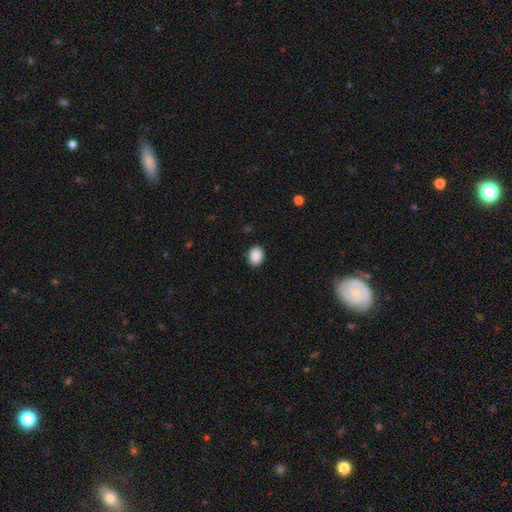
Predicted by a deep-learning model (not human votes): Smooth or featured? Predicted: smooth (p=0.90). How rounded? Predicted: in between (p=0.54). Merging? Predicted: none (p=0.89).